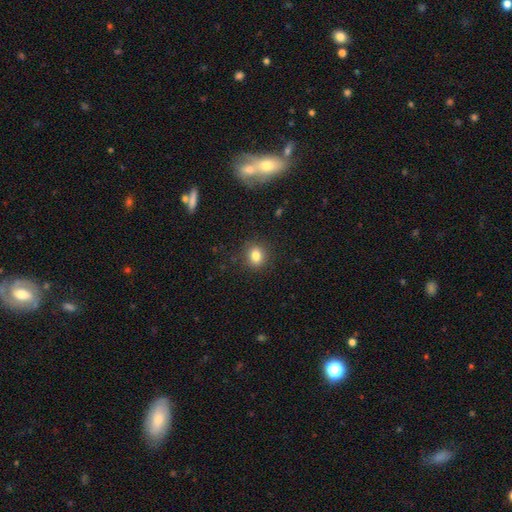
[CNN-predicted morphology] Smooth or featured? smooth (82%)
How rounded? round (64%)
Merging? none (88%)